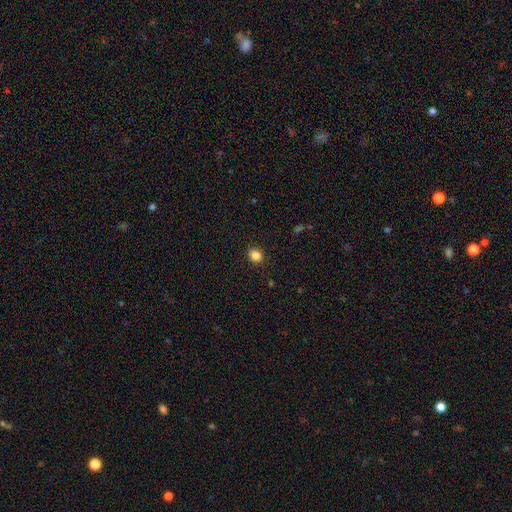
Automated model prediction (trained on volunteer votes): Q: Smooth or featured?
A: smooth (84%); runner-up: star or artifact (11%)
Q: How rounded?
A: round (56%); runner-up: in between (43%)
Q: Merging?
A: none (89%); runner-up: minor disturbance (7%)